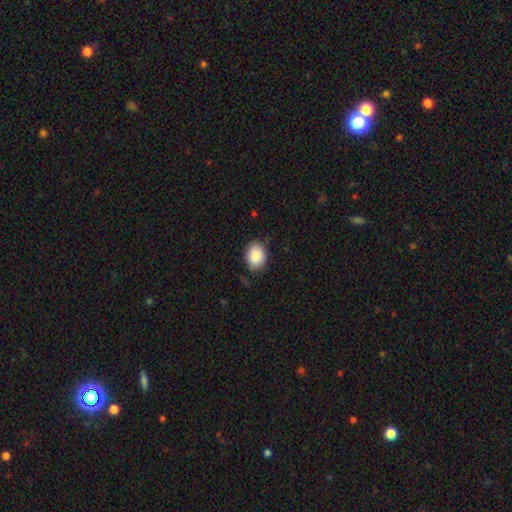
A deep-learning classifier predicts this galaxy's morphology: Smooth or featured? smooth (87%)
How rounded? in between (61%)
Merging? none (76%)